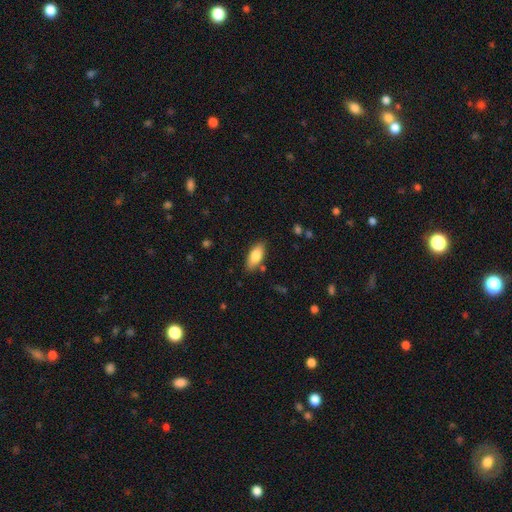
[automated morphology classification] type=smooth (81%); roundness=in between (84%); merging=none (83%).